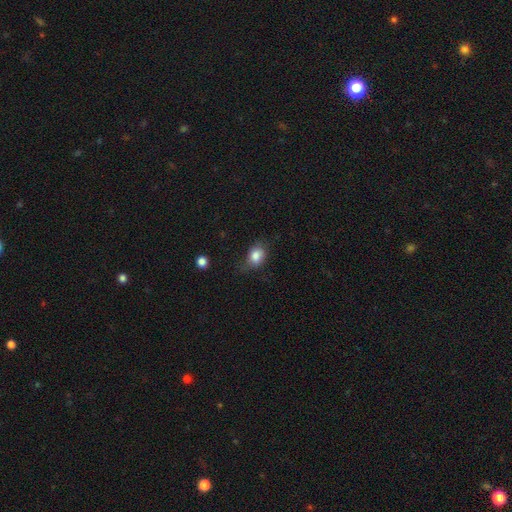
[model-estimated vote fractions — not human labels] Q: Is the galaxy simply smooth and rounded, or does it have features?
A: smooth — 82%.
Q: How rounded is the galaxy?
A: in between — 65%.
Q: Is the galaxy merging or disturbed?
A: none — 59%.